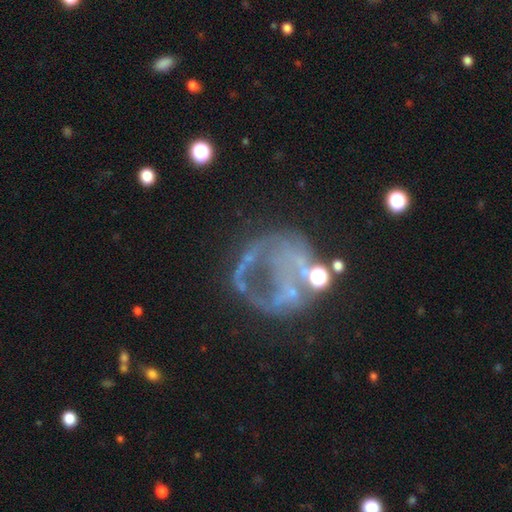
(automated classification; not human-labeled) Smooth or featured?
  - featured or disk: 58% *
  - star or artifact: 22%
  - smooth: 20%
Edge-on disk?
  - no: 98% *
  - yes: 2%
Bar?
  - no: 86% *
  - weak: 10%
  - strong: 4%
Spiral arms?
  - no: 78% *
  - yes: 22%
Bulge size?
  - none: 74% *
  - small: 16%
  - moderate: 7%
  - large: 2%
  - dominant: 1%
Merging?
  - major disturbance: 38% * (tied)
  - none: 38% * (tied)
  - minor disturbance: 15%
  - merger: 8%